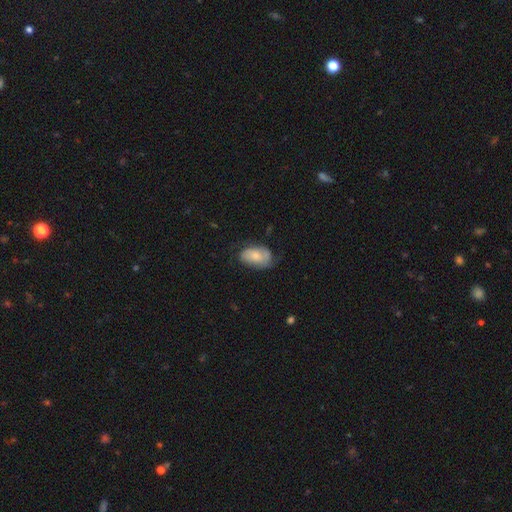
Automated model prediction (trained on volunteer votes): smooth-or-featured: smooth: 67% | featured or disk: 27% | star or artifact: 6%
  how-rounded: in between: 92% | round: 6% | cigar-shaped: 2%
  merging: none: 54% | minor disturbance: 32% | major disturbance: 11% | merger: 2%